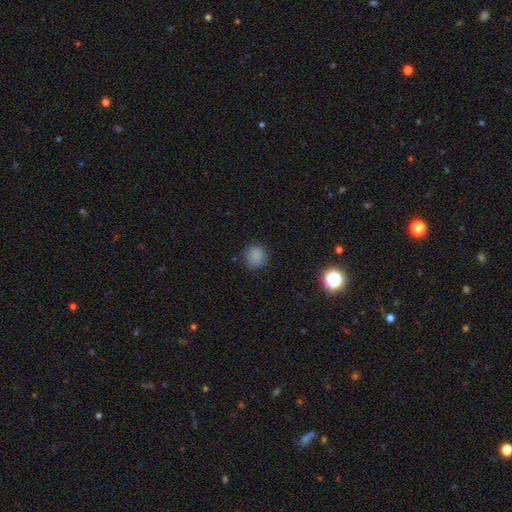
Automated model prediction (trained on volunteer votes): A smooth galaxy with no disk features (83%) that is round (88%).

Vote fractions:
- Smooth or featured? smooth: 83% / star or artifact: 12% / featured or disk: 4%
- How rounded? round: 88% / in between: 11% / cigar-shaped: 1%
- Merging? none: 86% / minor disturbance: 10% / major disturbance: 3% / merger: 1%